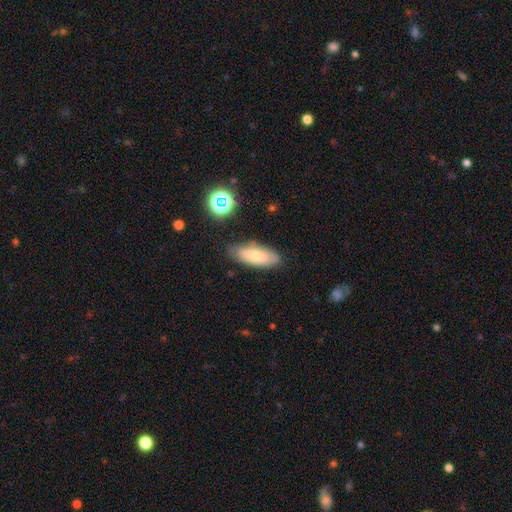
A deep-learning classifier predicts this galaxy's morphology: smooth_or_featured: smooth (p=0.67) [alt: featured or disk p=0.25]
how_rounded: in between (p=0.78) [alt: cigar-shaped p=0.19]
merging: none (p=0.76) [alt: minor disturbance p=0.18]